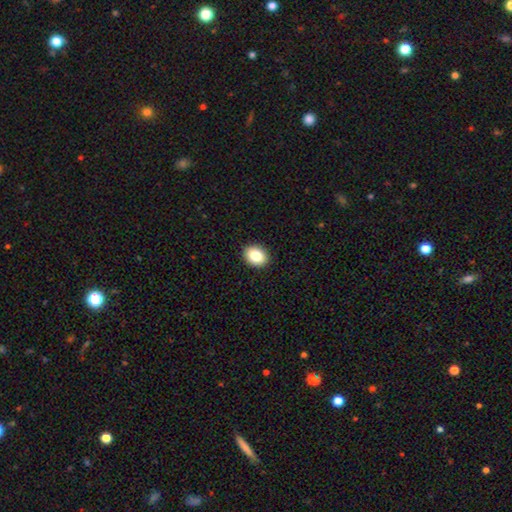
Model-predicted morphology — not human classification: Smooth or featured? Predicted: smooth (p=0.84). How rounded? Predicted: in between (p=0.54). Merging? Predicted: none (p=0.92).